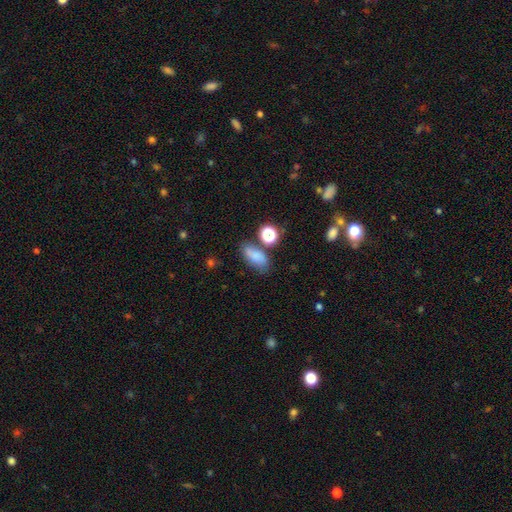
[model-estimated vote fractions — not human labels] Smooth or featured?
  - smooth: 76% *
  - star or artifact: 13%
  - featured or disk: 11%
How rounded?
  - in between: 80% *
  - round: 11%
  - cigar-shaped: 8%
Merging?
  - none: 64% *
  - minor disturbance: 18%
  - merger: 11%
  - major disturbance: 6%